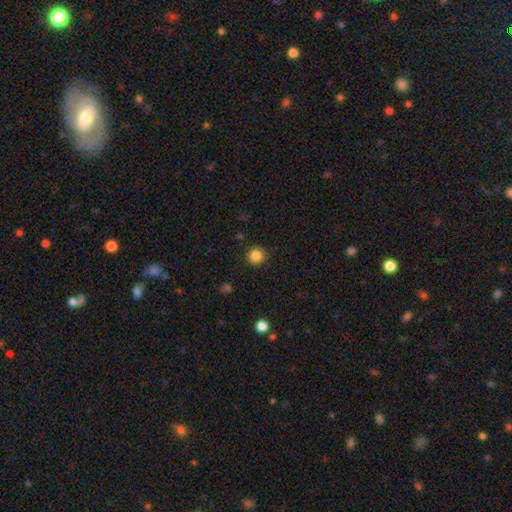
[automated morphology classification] Smooth or featured: smooth — 85% (star or artifact — 11%)
How rounded: round — 94% (in between — 5%)
Merging: none — 88% (minor disturbance — 8%)